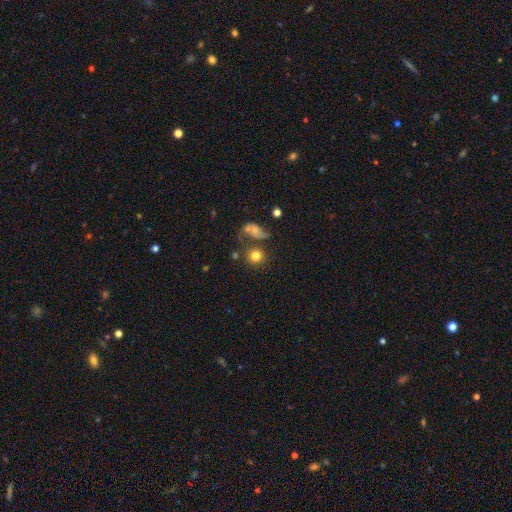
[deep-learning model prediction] Smooth or featured: smooth — 78% (featured or disk — 12%)
How rounded: round — 87% (in between — 11%)
Merging: none — 65% (merger — 17%)